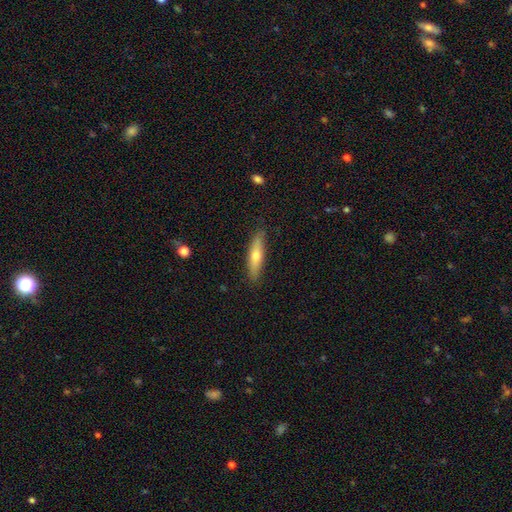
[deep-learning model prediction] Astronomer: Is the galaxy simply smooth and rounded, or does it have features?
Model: smooth — 52% (runner-up: featured or disk, 41%).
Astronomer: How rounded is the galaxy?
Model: cigar-shaped — 79%.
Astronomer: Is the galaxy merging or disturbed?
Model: none — 86%.